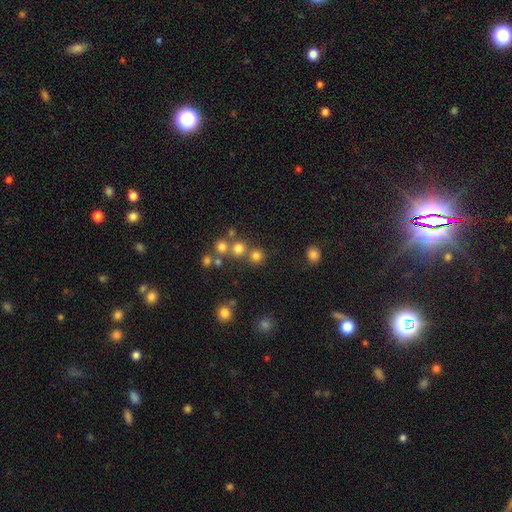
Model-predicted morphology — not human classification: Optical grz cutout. It shows a smooth galaxy with no disk features (74%) that is round (91%). Merging: none (69%).